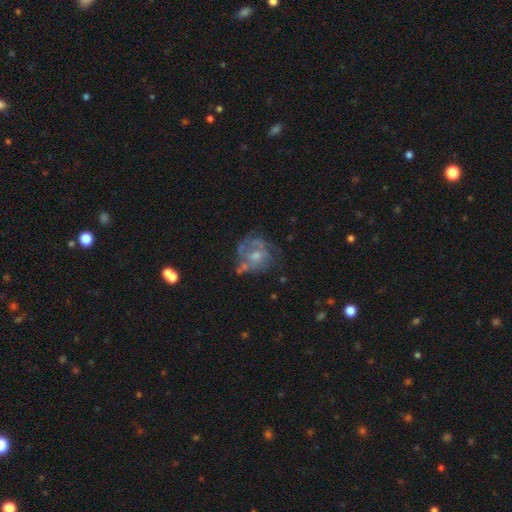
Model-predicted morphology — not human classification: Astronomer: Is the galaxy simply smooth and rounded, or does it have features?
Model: featured or disk — 62%.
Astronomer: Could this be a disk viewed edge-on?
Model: no — 97%.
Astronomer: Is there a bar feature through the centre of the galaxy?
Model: no — 75%.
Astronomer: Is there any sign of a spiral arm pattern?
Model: no — 55% (runner-up: yes, 45%).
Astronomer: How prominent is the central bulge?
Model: moderate — 48% (runner-up: small, 39%).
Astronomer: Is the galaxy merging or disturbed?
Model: none — 50%.